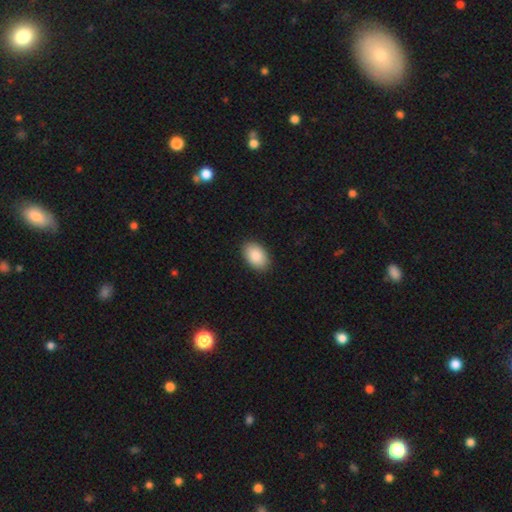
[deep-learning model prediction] Q: Smooth or featured?
A: smooth (89%); runner-up: star or artifact (6%)
Q: How rounded?
A: in between (91%); runner-up: round (8%)
Q: Merging?
A: none (89%); runner-up: minor disturbance (8%)